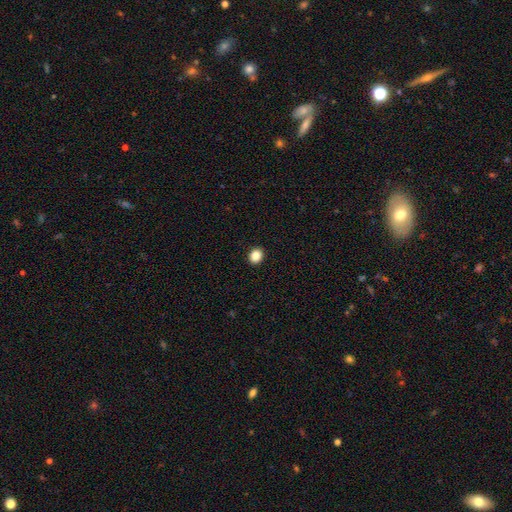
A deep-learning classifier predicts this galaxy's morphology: smooth_or_featured: smooth (p=0.88) [alt: star or artifact p=0.09]
how_rounded: round (p=0.54) [alt: in between p=0.45]
merging: none (p=0.92) [alt: minor disturbance p=0.05]